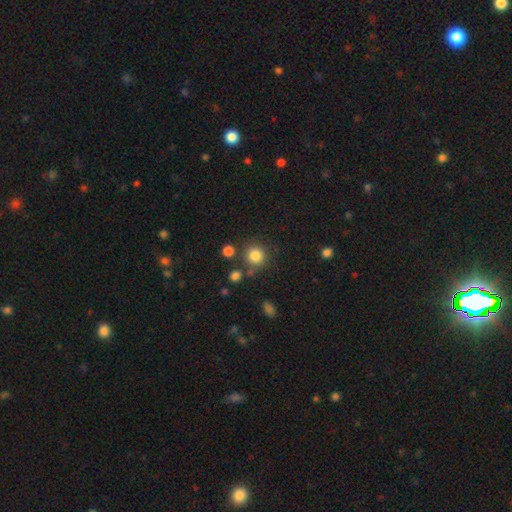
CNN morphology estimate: Smooth or featured? smooth (83%)
How rounded? round (91%)
Merging? none (78%)